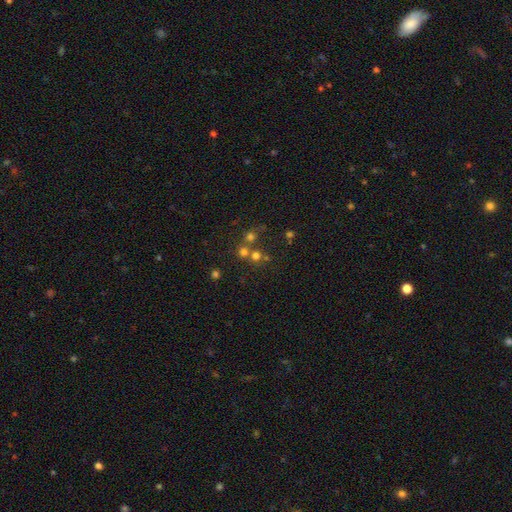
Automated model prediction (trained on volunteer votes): smooth-or-featured: smooth: 62% | star or artifact: 26% | featured or disk: 12%
  how-rounded: round: 90% | in between: 9% | cigar-shaped: 1%
  merging: none: 54% | merger: 37% | minor disturbance: 6% | major disturbance: 3%